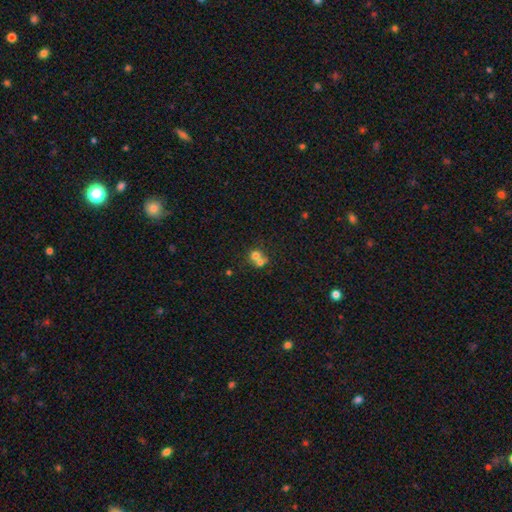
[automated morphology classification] Smooth or featured? smooth (66%)
How rounded? round (79%)
Merging? merger (62%)